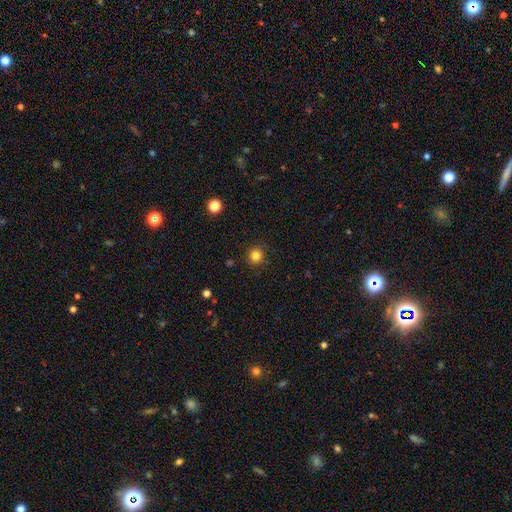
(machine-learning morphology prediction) Q: Smooth or featured?
A: smooth (83%); runner-up: star or artifact (13%)
Q: How rounded?
A: round (93%); runner-up: in between (6%)
Q: Merging?
A: none (90%); runner-up: minor disturbance (7%)